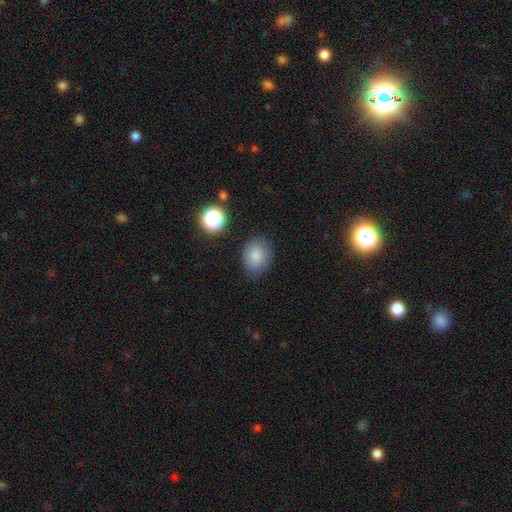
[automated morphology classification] A smooth galaxy with no disk features (82%) that is round (54%).

Vote fractions:
- Smooth or featured? smooth: 82% / star or artifact: 11% / featured or disk: 7%
- How rounded? round: 54% / in between: 45% / cigar-shaped: 1%
- Merging? none: 80% / minor disturbance: 14% / major disturbance: 4% / merger: 2%